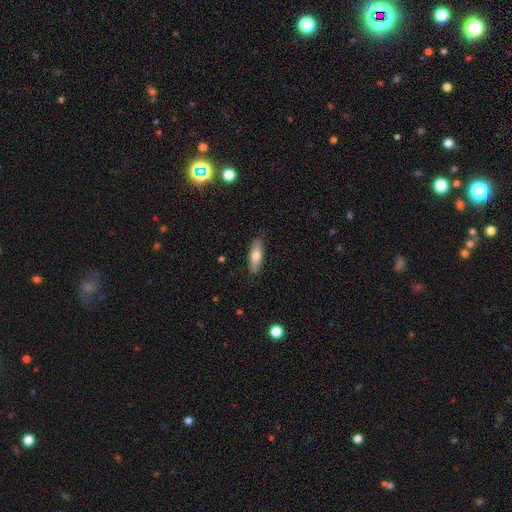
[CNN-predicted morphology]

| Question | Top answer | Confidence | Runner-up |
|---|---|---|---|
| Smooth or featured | smooth | 69% | featured or disk (25%) |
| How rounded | in between | 55% | cigar-shaped (43%) |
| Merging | none | 86% | minor disturbance (11%) |